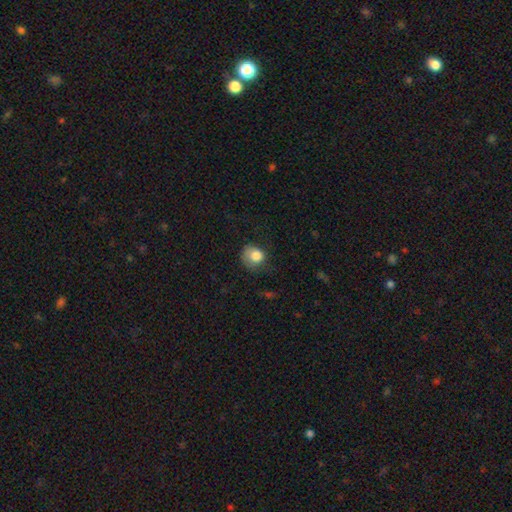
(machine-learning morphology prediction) Overall: smooth (81%). How rounded: round (72%). Merging: none (46%; minor disturbance 31%).